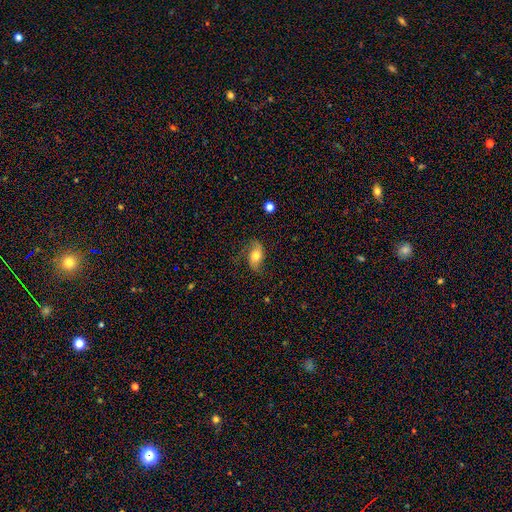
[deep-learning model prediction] featured or disk 49%, smooth 42%, star or artifact 9%. Down the decision tree: merging — none (66%).